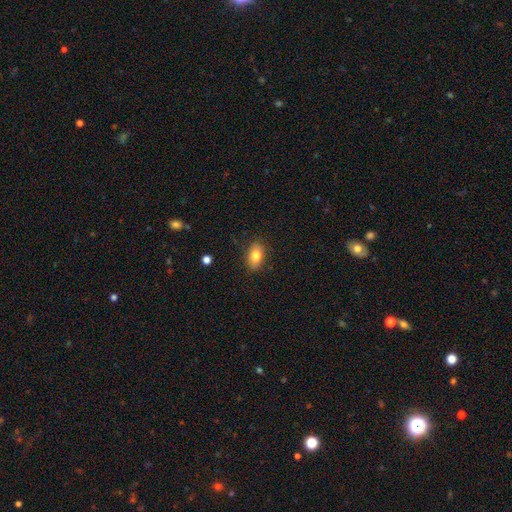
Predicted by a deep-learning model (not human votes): Smooth or featured? smooth (82%)
How rounded? in between (88%)
Merging? none (85%)